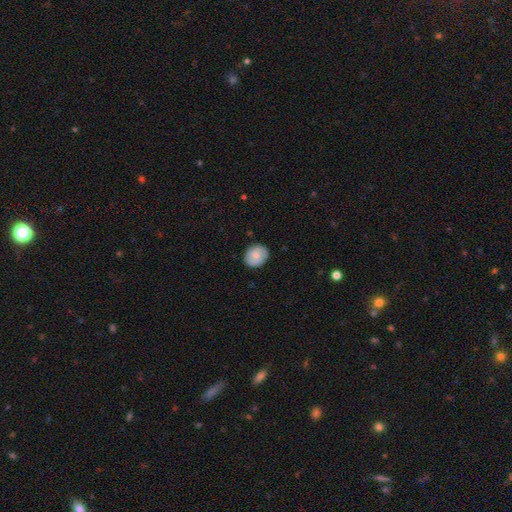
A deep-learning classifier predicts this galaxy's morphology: Smooth or featured?
  - smooth: 77% *
  - featured or disk: 16%
  - star or artifact: 7%
How rounded?
  - round: 65% *
  - in between: 34%
  - cigar-shaped: 1%
Merging?
  - none: 85% *
  - minor disturbance: 12%
  - major disturbance: 2%
  - merger: 1%